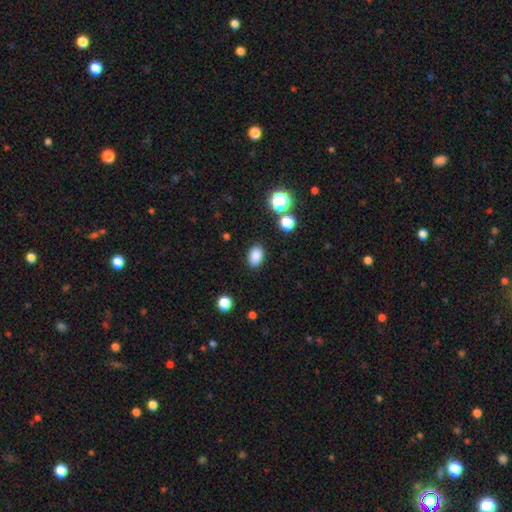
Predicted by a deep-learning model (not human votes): Morphology: type=smooth (85%); roundness=in between (83%); merging=none (87%).